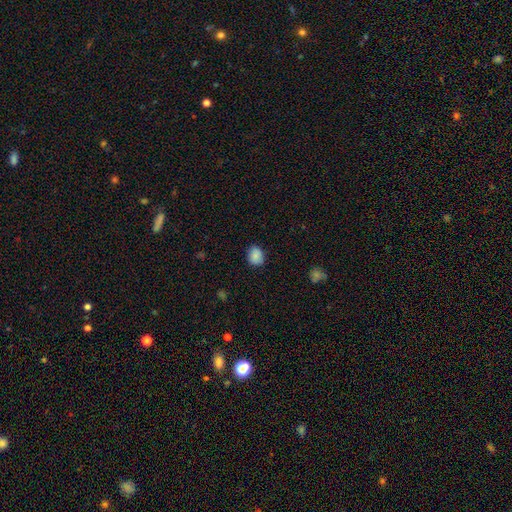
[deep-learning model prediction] Overall: smooth (86%). How rounded: round (52%; in between 47%). Merging: none (80%).